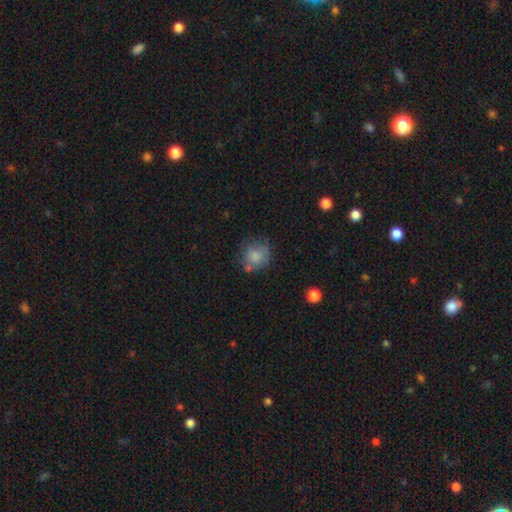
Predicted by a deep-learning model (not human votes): Morphology: type=smooth (72%); roundness=round (78%); merging=none (53%).